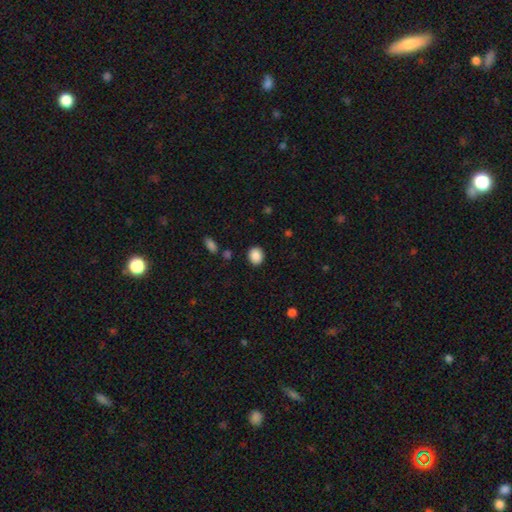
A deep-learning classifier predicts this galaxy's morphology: This is clearly a smooth galaxy (88%). How rounded: likely round (65%). Merging: clearly none (89%).